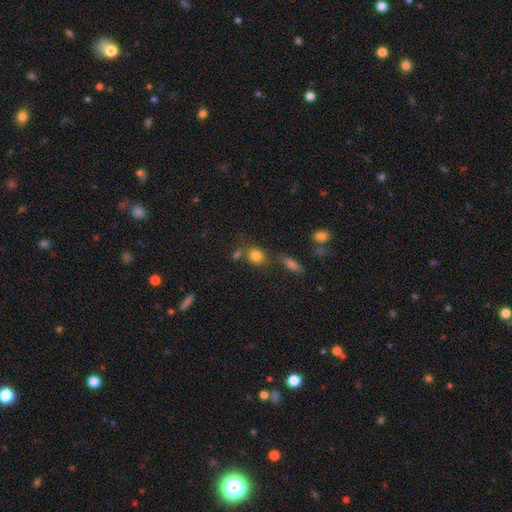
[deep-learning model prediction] Q: Smooth or featured?
A: smooth (81%); runner-up: star or artifact (11%)
Q: How rounded?
A: round (62%); runner-up: in between (36%)
Q: Merging?
A: none (63%); runner-up: merger (17%)